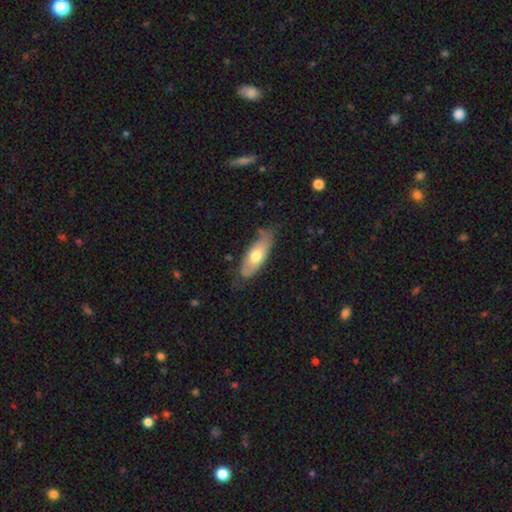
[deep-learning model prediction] This is likely a smooth galaxy (62%). How rounded: likely in between (70%). Merging: likely none (65%).